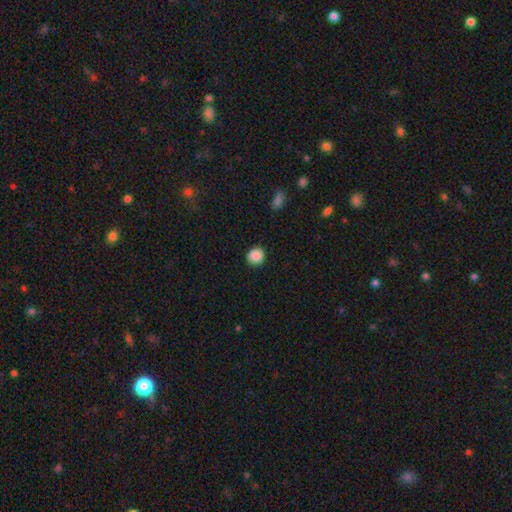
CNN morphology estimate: The model was most divided on "how rounded": round: 88%, in between: 11%, cigar-shaped: 1%. More confident: merging — none (90%); smooth or featured — smooth (89%).